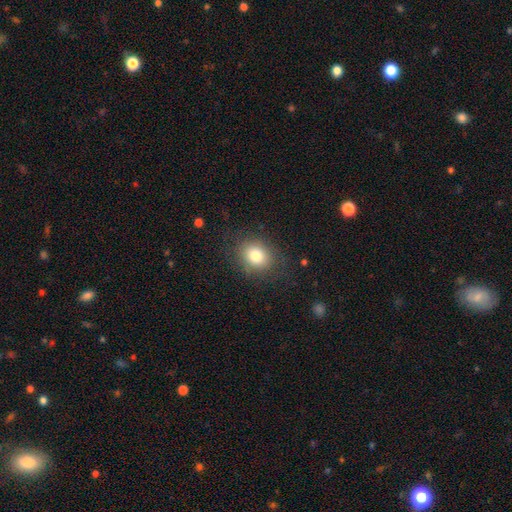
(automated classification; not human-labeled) This is likely a smooth galaxy (80%). How rounded: possibly round (57%). Merging: clearly none (82%).